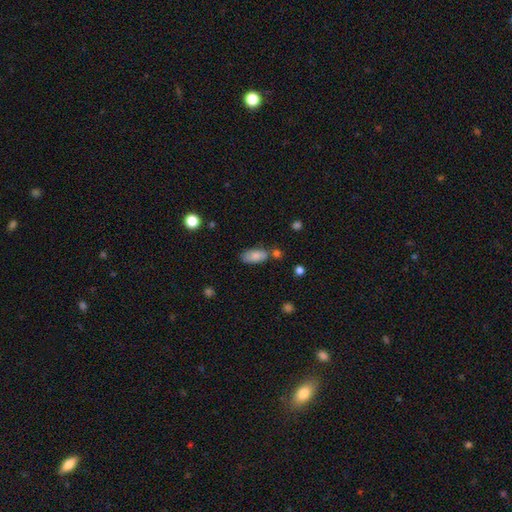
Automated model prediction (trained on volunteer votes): This appears to be a smooth galaxy with no disk features (83%) that is in between round and cigar-shaped (87%). Merging: none (67%).